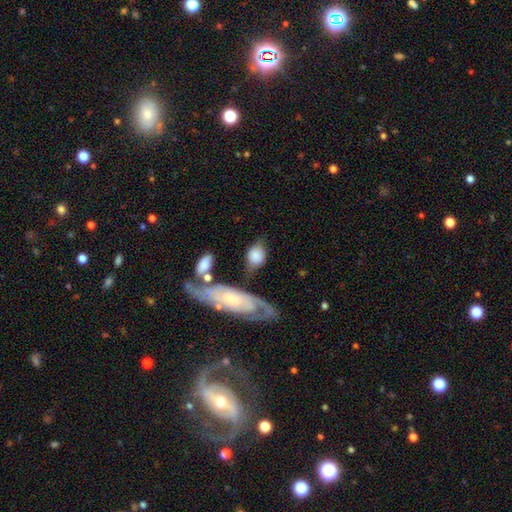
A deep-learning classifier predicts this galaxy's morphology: type=smooth (71%); roundness=in between (69%); merging=none (47%).